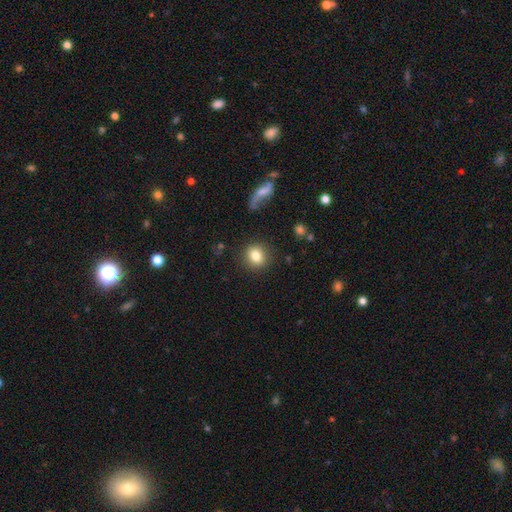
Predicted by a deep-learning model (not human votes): Smooth or featured? smooth (82%)
How rounded? round (79%)
Merging? none (88%)